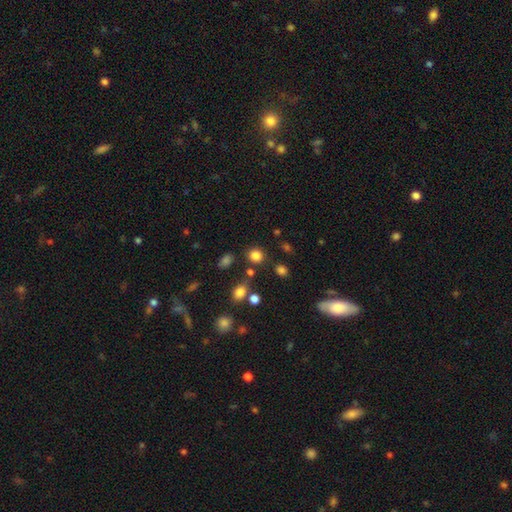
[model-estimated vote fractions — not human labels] Overall: smooth (82%). How rounded: round (81%). Merging: none (80%).